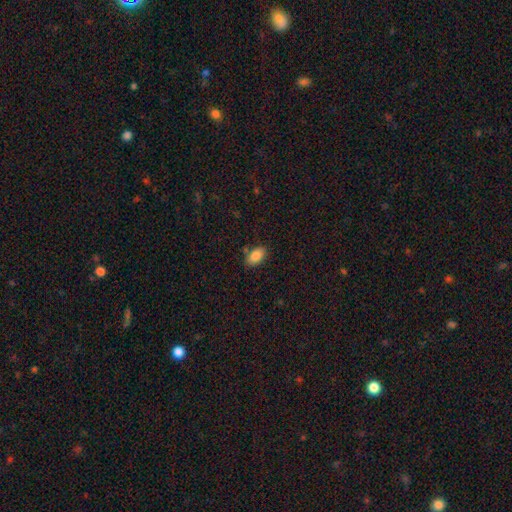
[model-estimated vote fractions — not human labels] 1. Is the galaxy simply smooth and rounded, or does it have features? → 86% smooth, 8% star or artifact, 6% featured or disk.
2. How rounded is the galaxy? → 91% in between, 6% round, 2% cigar-shaped.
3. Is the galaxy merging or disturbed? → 78% none, 15% minor disturbance, 4% merger, 3% major disturbance.